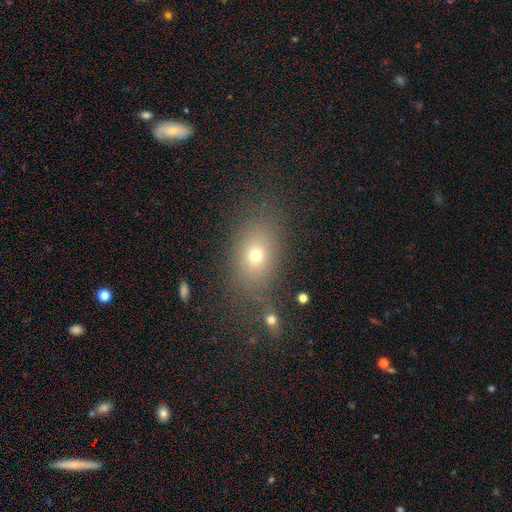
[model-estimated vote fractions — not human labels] Q: Smooth or featured?
A: smooth (68%); runner-up: star or artifact (17%)
Q: How rounded?
A: in between (69%); runner-up: round (28%)
Q: Merging?
A: none (71%); runner-up: minor disturbance (13%)